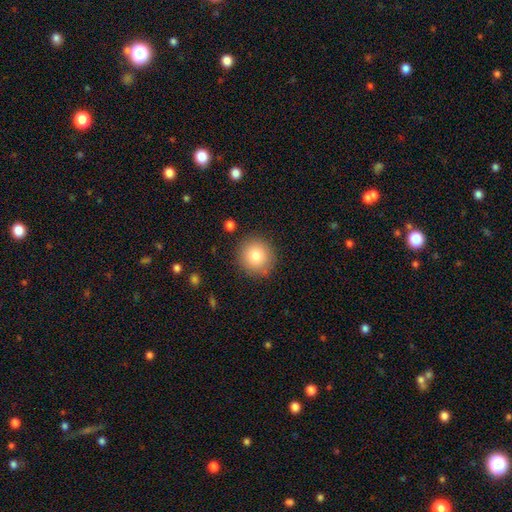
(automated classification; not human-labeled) Overall: smooth (81%). How rounded: round (93%). Merging: none (88%).